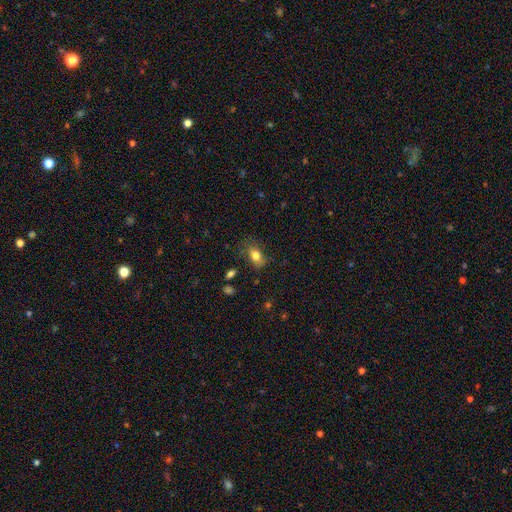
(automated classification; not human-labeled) Smooth or featured?
  - smooth: 78% *
  - featured or disk: 13%
  - star or artifact: 9%
How rounded?
  - in between: 85% *
  - round: 11%
  - cigar-shaped: 4%
Merging?
  - none: 69% *
  - minor disturbance: 22%
  - major disturbance: 7%
  - merger: 2%